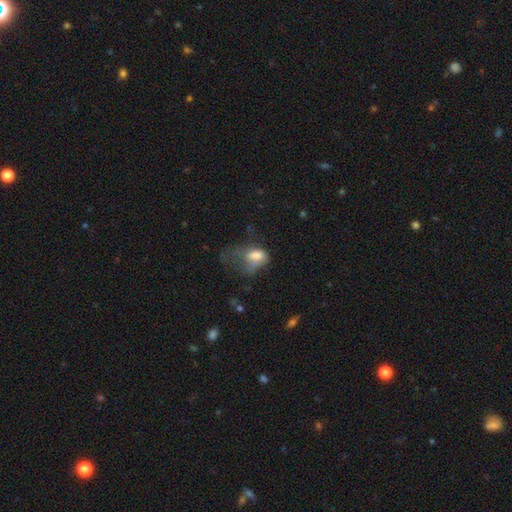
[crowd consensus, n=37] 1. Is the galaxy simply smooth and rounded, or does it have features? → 78% smooth, 16% featured or disk, 5% star or artifact.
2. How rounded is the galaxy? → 90% in between, 10% round, 0% cigar-shaped.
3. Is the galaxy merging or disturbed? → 71% major disturbance, 17% minor disturbance, 9% merger, 3% none.